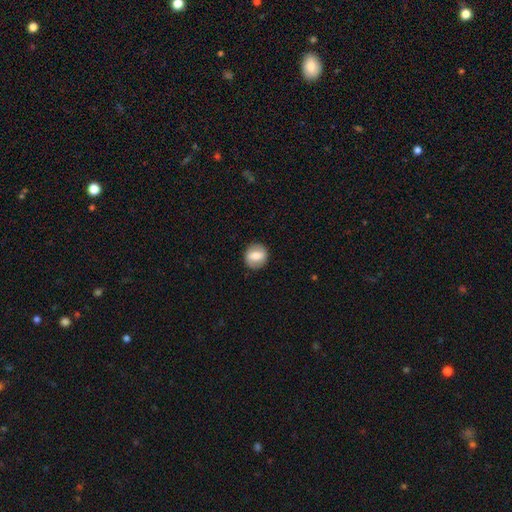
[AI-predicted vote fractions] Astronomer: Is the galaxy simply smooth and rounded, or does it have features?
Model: smooth — 66%.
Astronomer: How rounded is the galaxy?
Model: round — 77%.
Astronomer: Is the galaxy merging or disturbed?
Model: none — 88%.